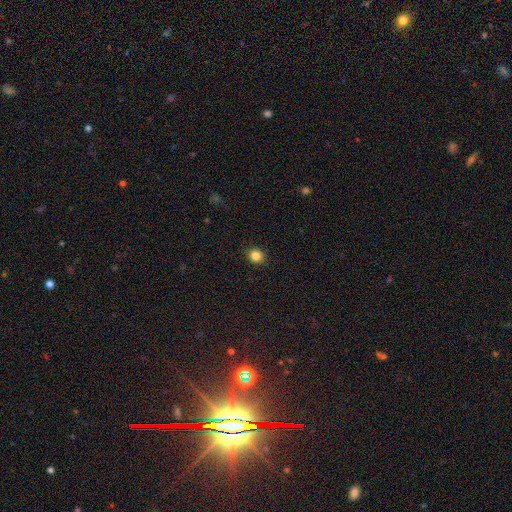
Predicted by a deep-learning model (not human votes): smooth_or_featured: smooth (p=0.84) [alt: star or artifact p=0.11]
how_rounded: round (p=0.79) [alt: in between p=0.20]
merging: none (p=0.90) [alt: minor disturbance p=0.07]